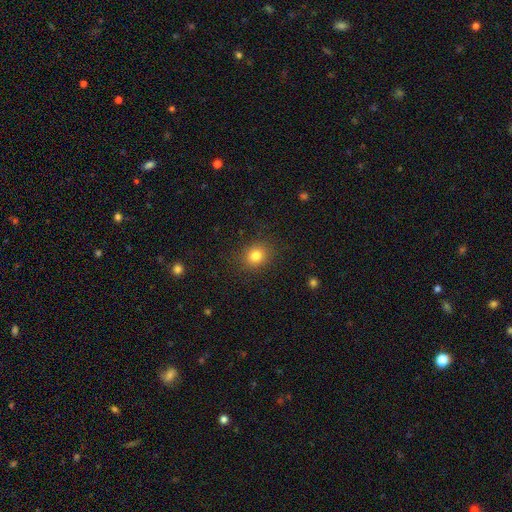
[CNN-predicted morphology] Smooth or featured: smooth — 81% (star or artifact — 12%)
How rounded: round — 69% (in between — 31%)
Merging: none — 87% (minor disturbance — 9%)